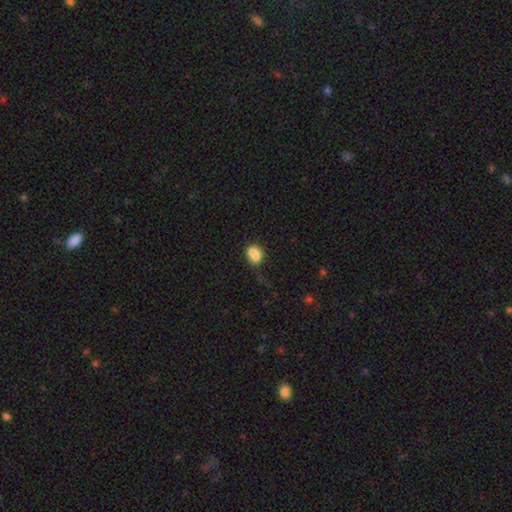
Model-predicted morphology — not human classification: The model was most divided on "how rounded": round: 51%, in between: 48%, cigar-shaped: 1%. Remaining: smooth or featured — smooth (76%); merging — merger (46%).